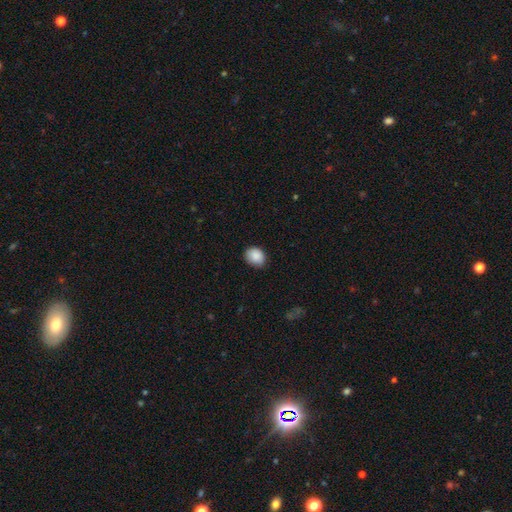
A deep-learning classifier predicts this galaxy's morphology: Q: Smooth or featured?
A: smooth (89%); runner-up: star or artifact (7%)
Q: How rounded?
A: round (50%); runner-up: in between (49%)
Q: Merging?
A: none (80%); runner-up: minor disturbance (17%)